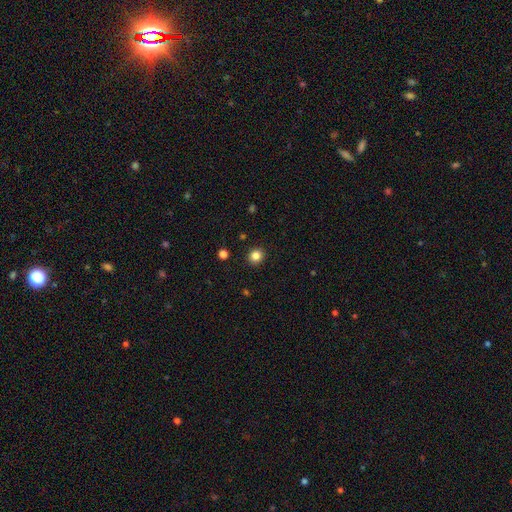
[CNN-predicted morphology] Smooth or featured? smooth (84%)
How rounded? round (85%)
Merging? none (92%)